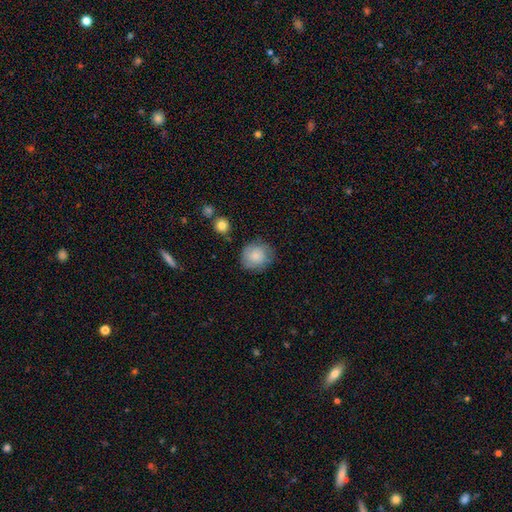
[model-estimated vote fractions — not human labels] A smooth galaxy with no disk features (78%) that is round (80%). Merging: none (73%).